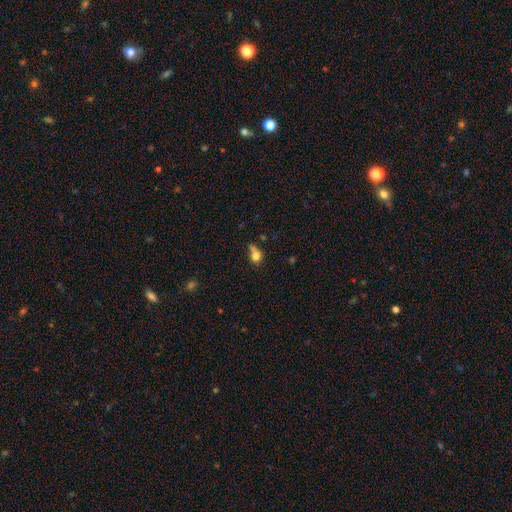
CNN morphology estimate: Smooth or featured? smooth (75%)
How rounded? round (57%)
Merging? none (35%)